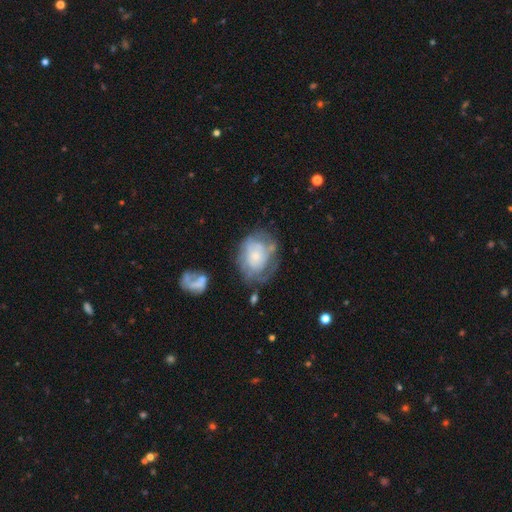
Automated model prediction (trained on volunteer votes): Smooth or featured: featured or disk — 54% (smooth — 38%)
Edge-on disk: no — 96% (yes — 4%)
Bar: no — 85% (weak — 13%)
Spiral arms: yes — 53% (no — 47%)
Bulge size: small — 62% (moderate — 25%)
Merging: none — 49% (minor disturbance — 25%)